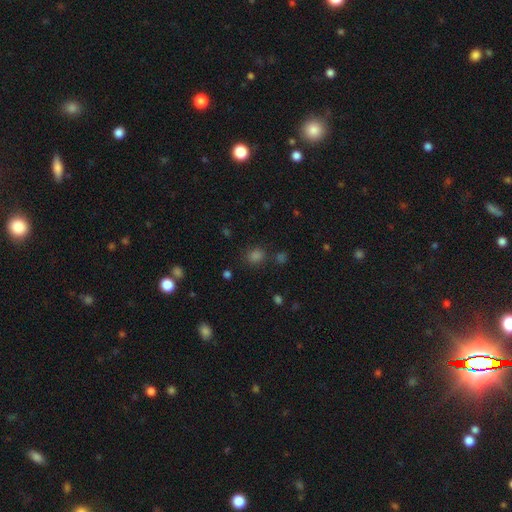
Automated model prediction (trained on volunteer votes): Overall: smooth (71%). How rounded: round (73%). Merging: none (82%).